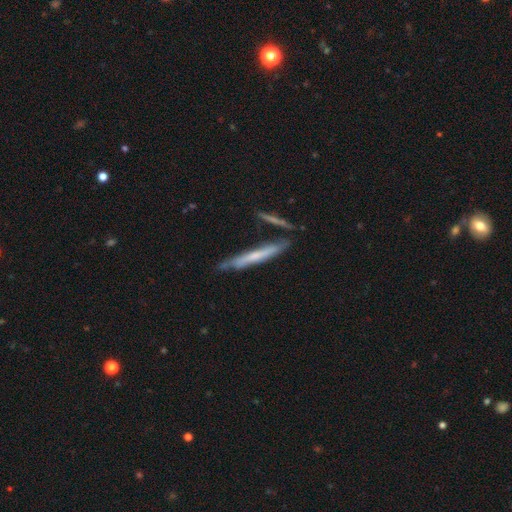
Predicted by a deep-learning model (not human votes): This appears to be a featured or disk galaxy (52%) viewed edge-on (87%). Merging: none (68%).